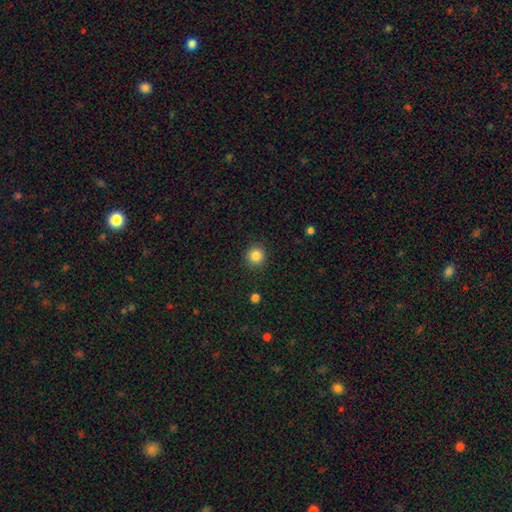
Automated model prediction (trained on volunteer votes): Overall: smooth (85%). How rounded: round (93%). Merging: none (90%).